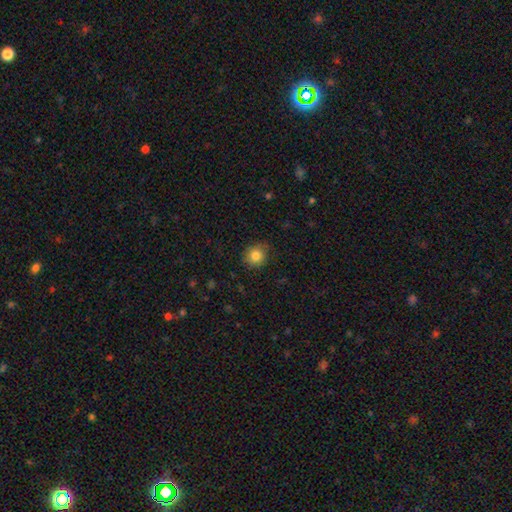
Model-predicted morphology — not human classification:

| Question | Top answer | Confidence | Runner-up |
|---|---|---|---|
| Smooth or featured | smooth | 83% | star or artifact (10%) |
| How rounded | round | 89% | in between (10%) |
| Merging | none | 84% | minor disturbance (12%) |